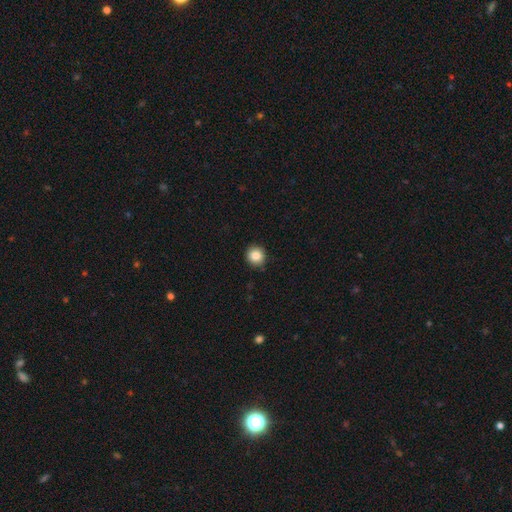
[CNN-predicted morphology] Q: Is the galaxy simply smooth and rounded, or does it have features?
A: smooth — 86%.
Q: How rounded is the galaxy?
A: round — 91%.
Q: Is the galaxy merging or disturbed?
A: none — 90%.